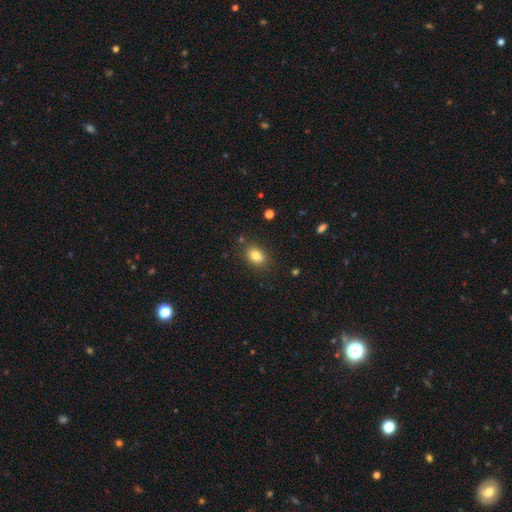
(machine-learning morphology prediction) This is likely a smooth galaxy (79%). How rounded: likely in between (63%). Merging: likely none (71%).